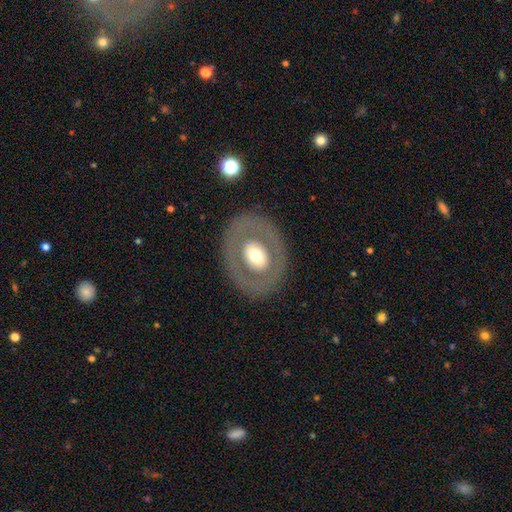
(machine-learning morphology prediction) A featured or disk galaxy (51%).

Vote fractions:
- Smooth or featured? featured or disk: 51% / smooth: 43% / star or artifact: 6%
- Edge-on disk? no: 92% / yes: 8%
- Merging? none: 84% / minor disturbance: 9% / major disturbance: 6% / merger: 1%